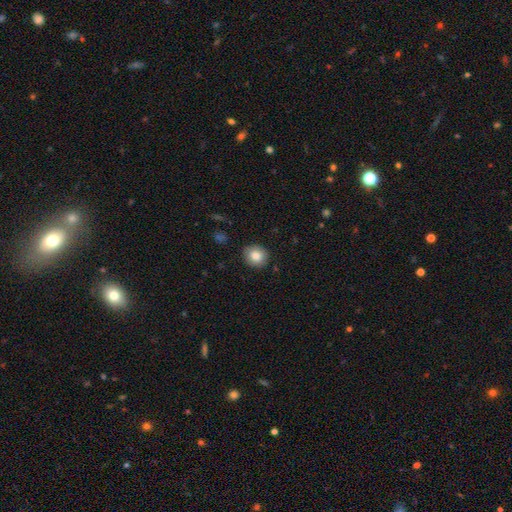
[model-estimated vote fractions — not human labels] smooth-or-featured: smooth: 84% | star or artifact: 8% | featured or disk: 8%
  how-rounded: round: 77% | in between: 22% | cigar-shaped: 1%
  merging: none: 88% | minor disturbance: 9% | major disturbance: 2% | merger: 1%